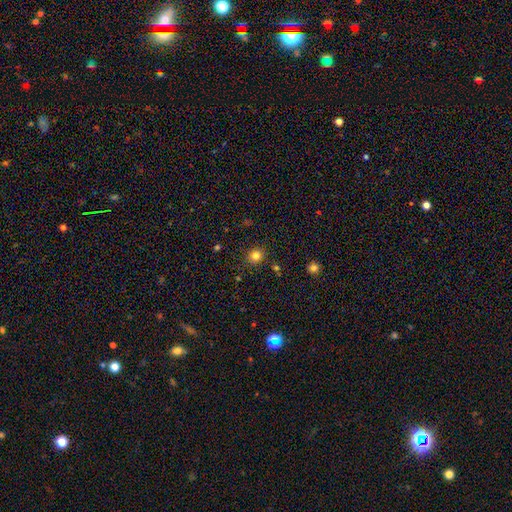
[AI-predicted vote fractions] smooth 80%, star or artifact 15%, featured or disk 6%. Down the decision tree: how rounded — round (86%); merging — none (87%).